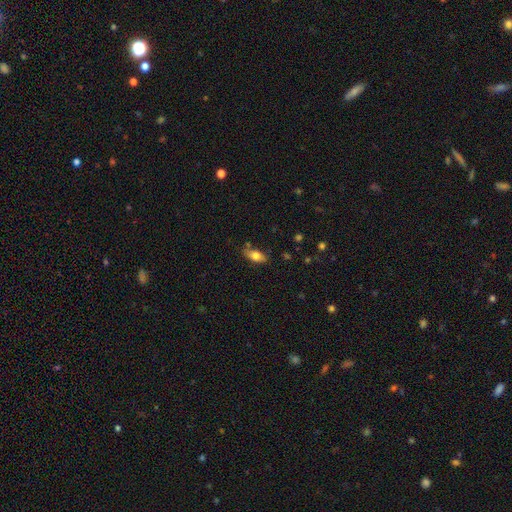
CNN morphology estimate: Smooth or featured? Predicted: smooth (p=0.72). How rounded? Predicted: in between (p=0.82). Merging? Predicted: none (p=0.75).